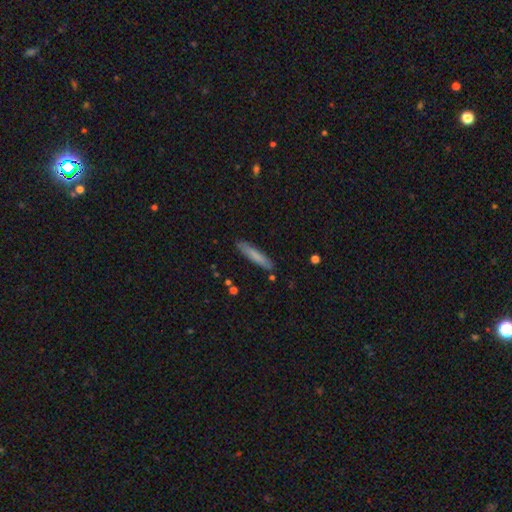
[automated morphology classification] Overall: smooth (76%). How rounded: cigar-shaped (91%). Merging: none (86%).